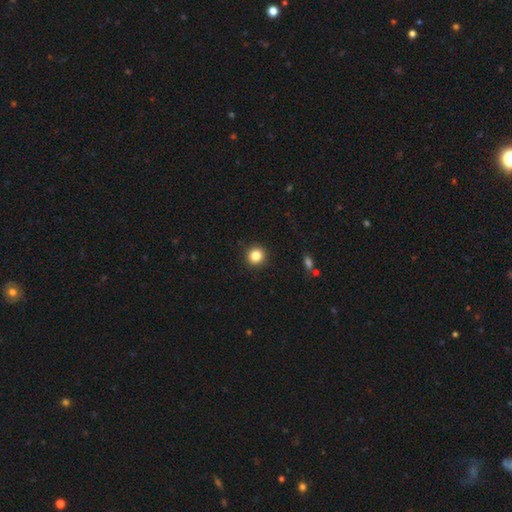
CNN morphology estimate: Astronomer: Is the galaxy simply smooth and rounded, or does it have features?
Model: smooth — 85%.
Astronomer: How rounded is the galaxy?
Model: round — 93%.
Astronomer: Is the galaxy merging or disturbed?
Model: none — 92%.